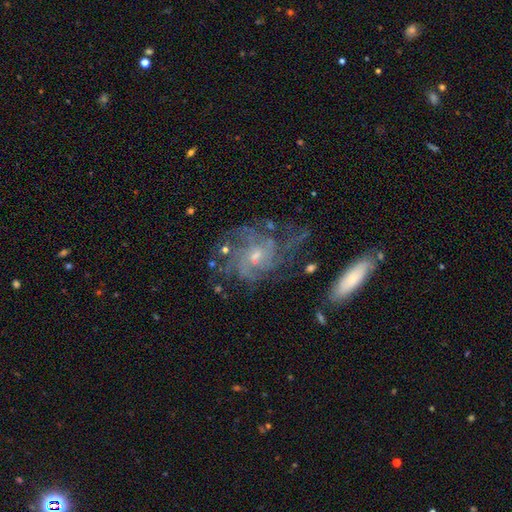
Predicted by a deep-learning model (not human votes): smooth-or-featured: featured or disk: 82% | star or artifact: 9% | smooth: 8%
  disk-edge-on: no: 96% | yes: 4%
    bar: no: 65% | weak: 30% | strong: 5%
    has-spiral-arms: yes: 92% | no: 8%
      spiral-winding: tight: 51% | medium: 37% | loose: 12%
      spiral-arm-count: can't tell: 36% | 4: 20% | 3: 16% | 2: 11% | more than 4: 11% | 1: 6%
    bulge-size: small: 52% | moderate: 41% | none: 4% | large: 3% | dominant: 1%
  merging: none: 62% | minor disturbance: 19% | major disturbance: 14% | merger: 5%